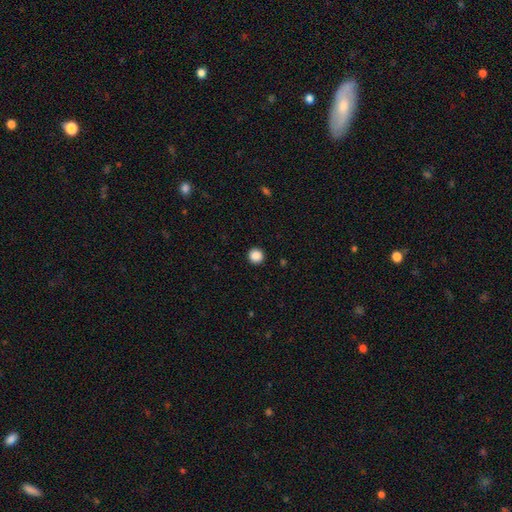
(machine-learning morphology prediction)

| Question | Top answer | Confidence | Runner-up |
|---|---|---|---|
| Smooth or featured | smooth | 88% | star or artifact (10%) |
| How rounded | round | 96% | in between (3%) |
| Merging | none | 93% | minor disturbance (4%) |